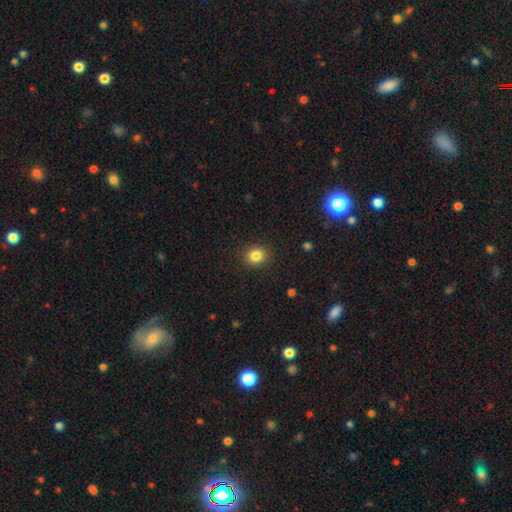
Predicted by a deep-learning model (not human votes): smooth_or_featured: smooth (p=0.84) [alt: star or artifact p=0.11]
how_rounded: round (p=0.76) [alt: in between p=0.23]
merging: none (p=0.90) [alt: minor disturbance p=0.07]